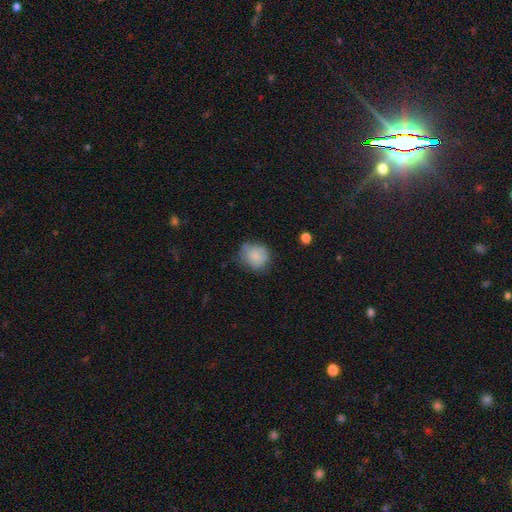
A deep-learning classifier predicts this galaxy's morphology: Smooth or featured: smooth — 80% (featured or disk — 12%)
How rounded: round — 71% (in between — 28%)
Merging: none — 55% (minor disturbance — 33%)